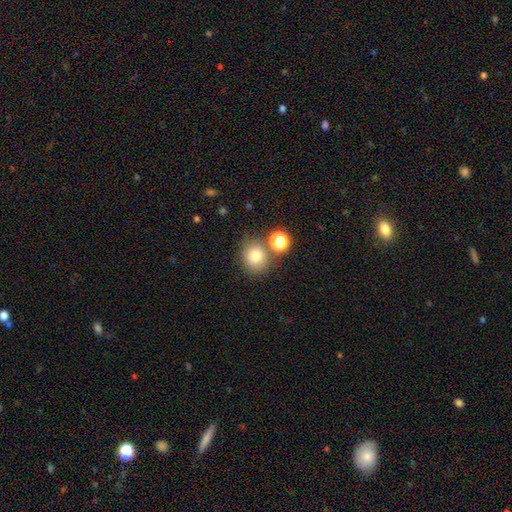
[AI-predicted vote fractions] smooth_or_featured: smooth (p=0.77) [alt: star or artifact p=0.13]
how_rounded: round (p=0.78) [alt: in between p=0.21]
merging: none (p=0.70) [alt: merger p=0.14]